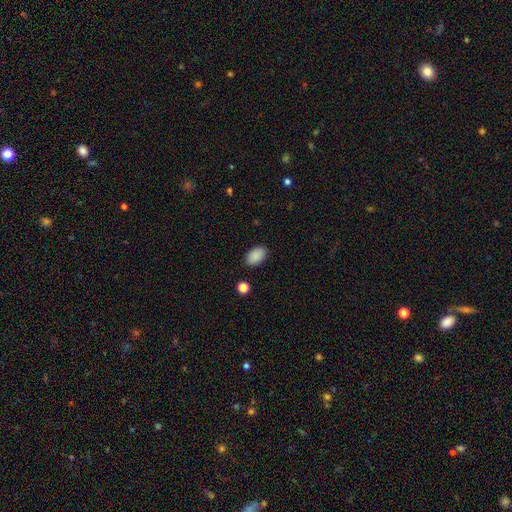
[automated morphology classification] A smooth galaxy with no disk features (89%) that is in between round and cigar-shaped (91%).

Vote fractions:
- Smooth or featured? smooth: 89% / star or artifact: 7% / featured or disk: 3%
- How rounded? in between: 91% / round: 8% / cigar-shaped: 1%
- Merging? none: 88% / minor disturbance: 9% / major disturbance: 2% / merger: 1%